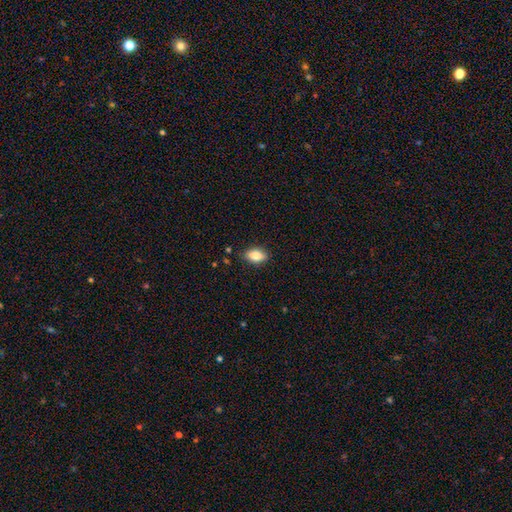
Morphology: type=smooth (90%); roundness=in between (89%); merging=none (100%).